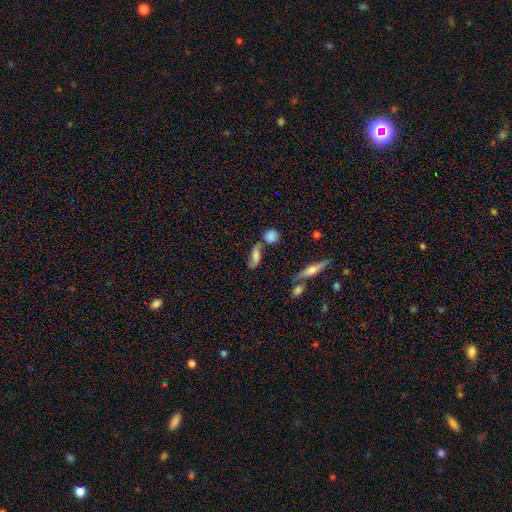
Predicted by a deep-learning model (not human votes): Smooth or featured? smooth (45%)
Merging? none (50%)